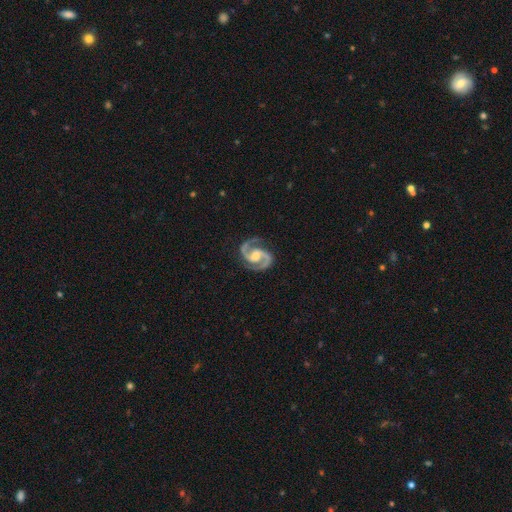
Smooth or featured? featured or disk (100%)
Edge-on disk? no (100%)
Bar? weak (53%)
Spiral arms? yes (100%)
Spiral winding? medium (87%)
Spiral arm count? 2 (100%)
Bulge size? moderate (55%)
Merging? none (87%)